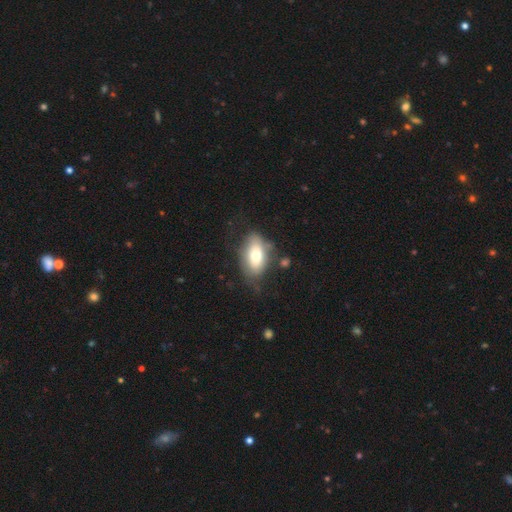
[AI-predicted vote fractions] Smooth or featured?
  - smooth: 68% *
  - featured or disk: 25%
  - star or artifact: 7%
How rounded?
  - in between: 90% *
  - round: 7%
  - cigar-shaped: 3%
Merging?
  - none: 60% *
  - minor disturbance: 24%
  - major disturbance: 11%
  - merger: 4%